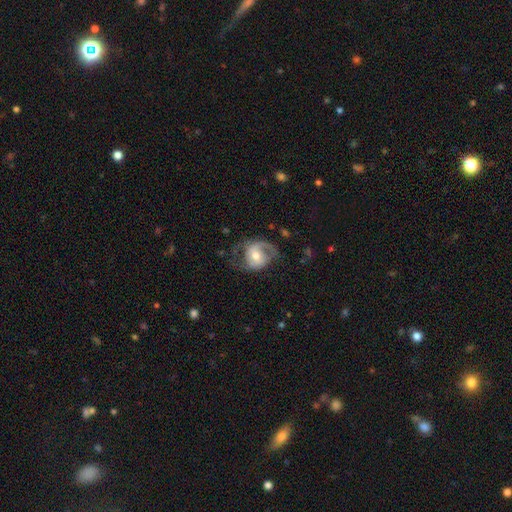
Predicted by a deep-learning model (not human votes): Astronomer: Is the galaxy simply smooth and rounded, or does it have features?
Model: featured or disk — 70%.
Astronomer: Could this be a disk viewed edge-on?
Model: no — 97%.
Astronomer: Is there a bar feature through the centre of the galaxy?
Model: no — 51% (runner-up: weak, 35%).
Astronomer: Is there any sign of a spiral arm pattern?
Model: yes — 85%.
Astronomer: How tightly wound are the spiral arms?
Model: medium — 46% (runner-up: loose, 34%).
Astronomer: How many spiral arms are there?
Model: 2 — 64%.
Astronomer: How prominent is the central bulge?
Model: moderate — 62%.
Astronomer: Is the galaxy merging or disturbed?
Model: none — 53%.